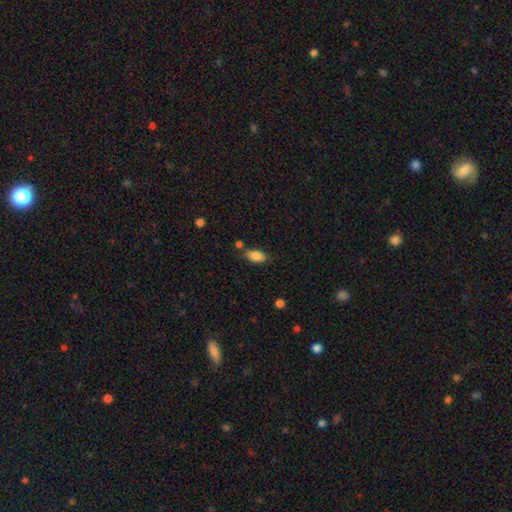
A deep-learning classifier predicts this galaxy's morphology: This is clearly a smooth galaxy (86%). How rounded: clearly in between (91%). Merging: likely none (72%).